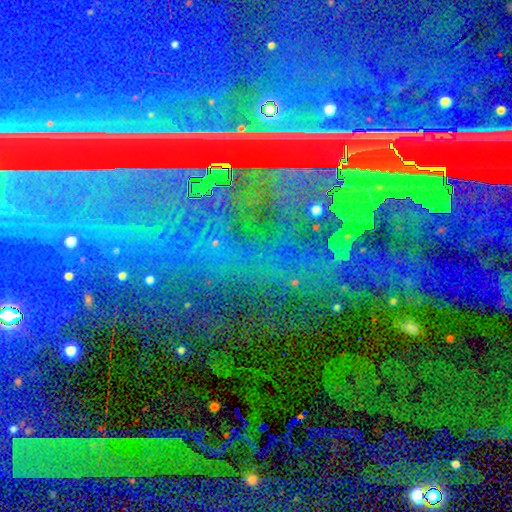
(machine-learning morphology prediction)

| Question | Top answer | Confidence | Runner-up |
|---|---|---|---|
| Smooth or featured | star or artifact | 83% | featured or disk (12%) |